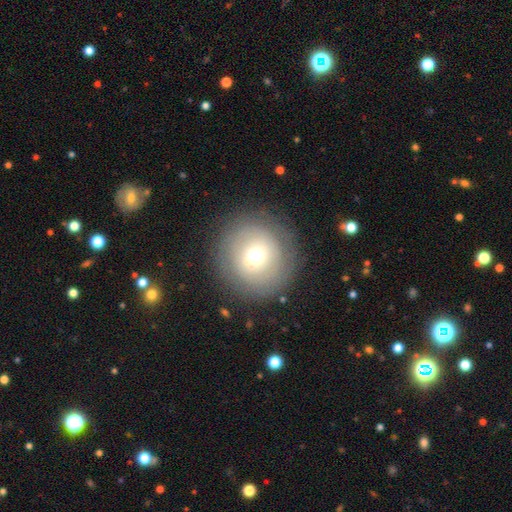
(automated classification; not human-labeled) This appears to be a smooth galaxy with no disk features (58%) that is round (94%). Merging: none (85%).